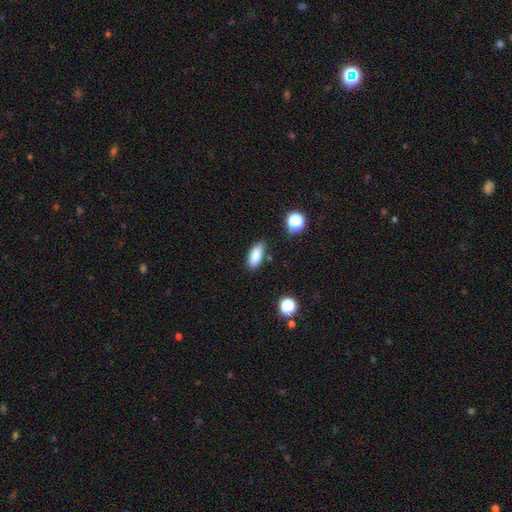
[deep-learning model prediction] A smooth galaxy with no disk features (84%) that is in between round and cigar-shaped (80%). Merging: none (83%).